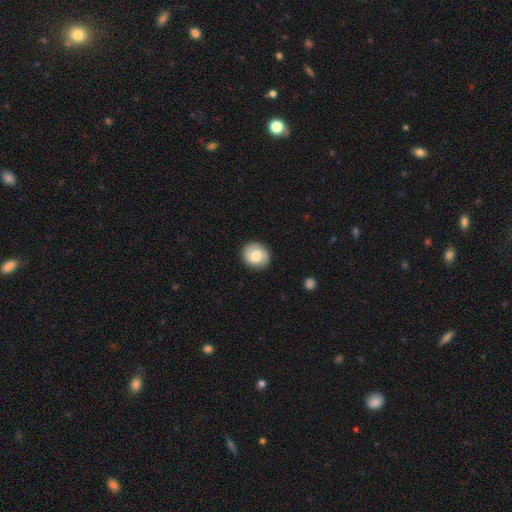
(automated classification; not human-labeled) The model was most divided on "smooth or featured": smooth: 66%, featured or disk: 27%, star or artifact: 7%. More confident: merging — none (87%); how rounded — round (81%).